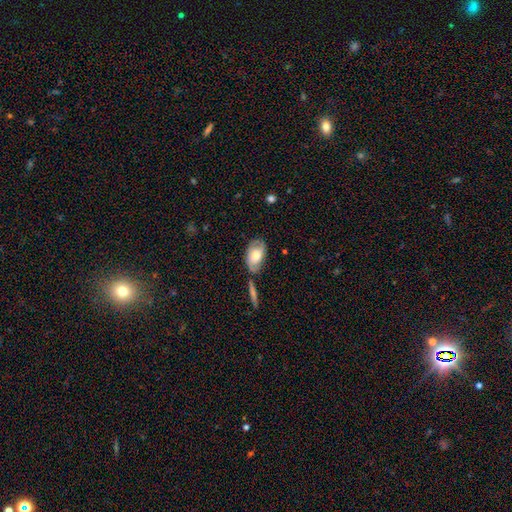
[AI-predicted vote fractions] A smooth galaxy with no disk features (51%) that is in between round and cigar-shaped (89%).

Vote fractions:
- Smooth or featured? smooth: 51% / featured or disk: 42% / star or artifact: 7%
- How rounded? in between: 89% / round: 8% / cigar-shaped: 3%
- Merging? none: 56% / minor disturbance: 25% / merger: 10% / major disturbance: 9%